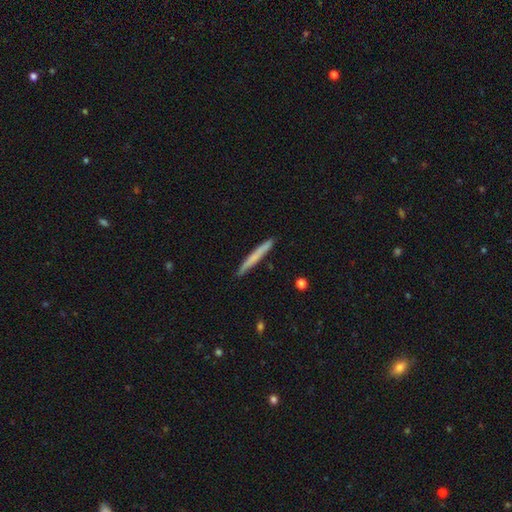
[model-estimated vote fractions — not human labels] A smooth galaxy with no disk features (63%) that is cigar-shaped (97%).

Vote fractions:
- Smooth or featured? smooth: 63% / featured or disk: 31% / star or artifact: 6%
- How rounded? cigar-shaped: 97% / in between: 2% / round: 1%
- Merging? none: 90% / minor disturbance: 7% / major disturbance: 1% / merger: 1%